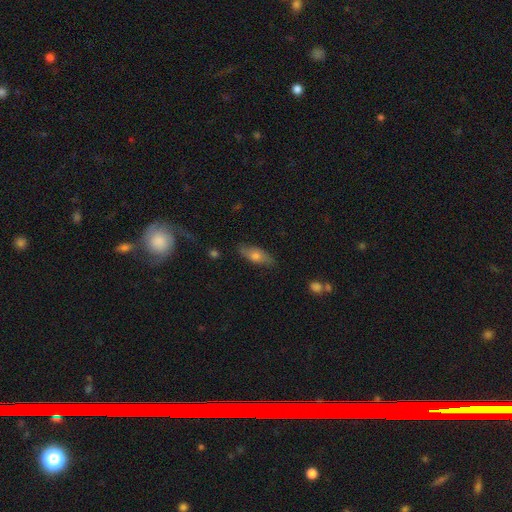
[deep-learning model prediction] Smooth or featured: smooth — 61% (featured or disk — 31%)
How rounded: in between — 70% (cigar-shaped — 27%)
Merging: none — 81% (minor disturbance — 15%)